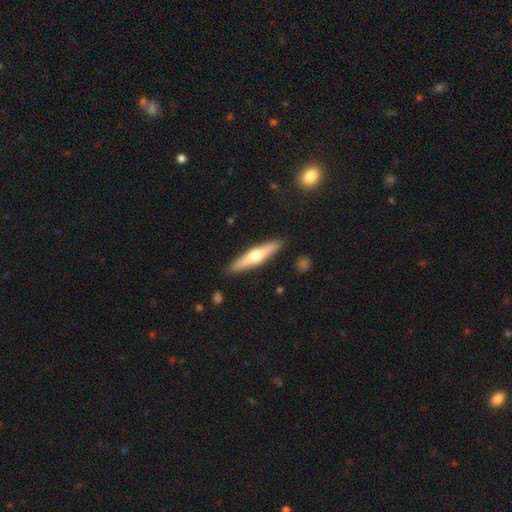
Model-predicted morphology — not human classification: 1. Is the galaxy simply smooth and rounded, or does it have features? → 57% featured or disk, 38% smooth, 5% star or artifact.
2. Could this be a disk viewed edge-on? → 95% yes, 5% no.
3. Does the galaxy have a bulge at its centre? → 93% rounded, 4% none, 3% boxy.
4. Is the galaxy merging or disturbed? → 90% none, 7% minor disturbance, 2% major disturbance, 1% merger.